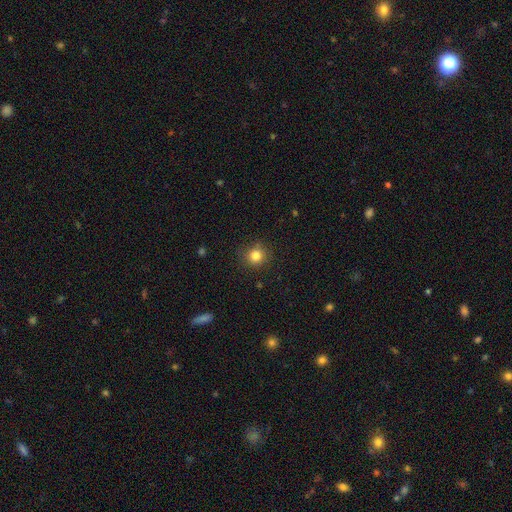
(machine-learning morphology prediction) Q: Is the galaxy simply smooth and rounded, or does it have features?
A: smooth — 82%.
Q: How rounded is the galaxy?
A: round — 92%.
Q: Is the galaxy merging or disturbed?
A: none — 88%.